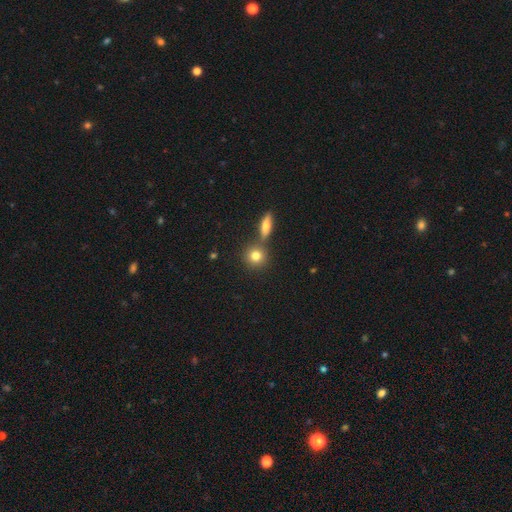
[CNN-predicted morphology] Q: Smooth or featured?
A: smooth (80%); runner-up: featured or disk (10%)
Q: How rounded?
A: round (85%); runner-up: in between (12%)
Q: Merging?
A: none (68%); runner-up: merger (21%)